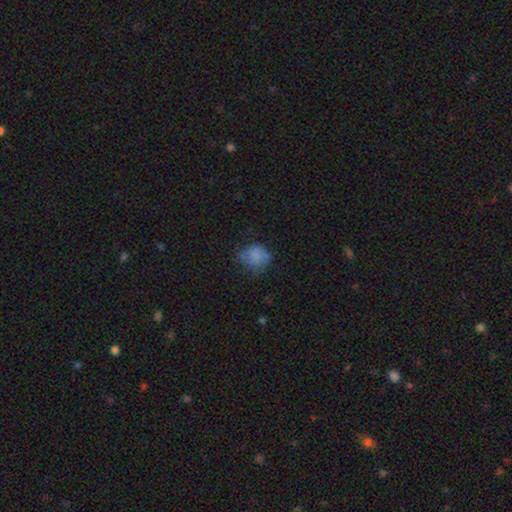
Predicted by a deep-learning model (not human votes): smooth-or-featured: smooth: 71% | featured or disk: 17% | star or artifact: 13%
  how-rounded: round: 64% | in between: 35% | cigar-shaped: 1%
  merging: none: 47% | minor disturbance: 31% | major disturbance: 21% | merger: 2%